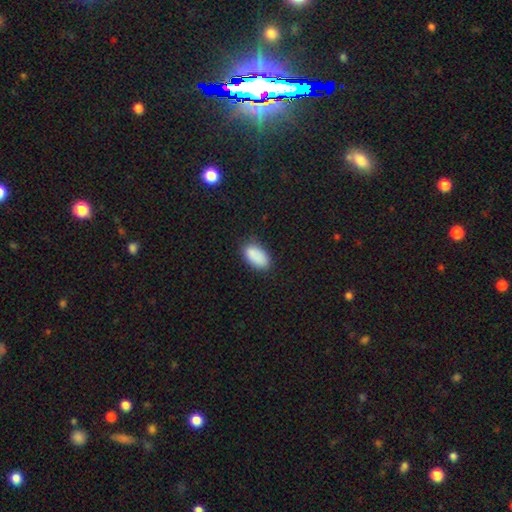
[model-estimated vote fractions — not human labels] This appears to be a smooth galaxy with no disk features (88%) that is in between round and cigar-shaped (93%). Merging: none (79%).